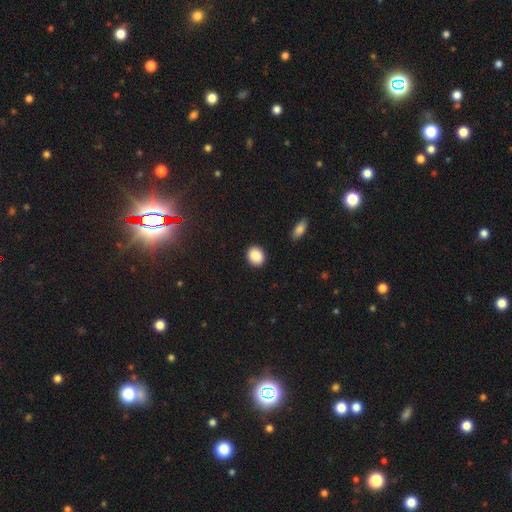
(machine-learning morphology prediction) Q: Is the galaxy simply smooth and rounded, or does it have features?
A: smooth — 89%.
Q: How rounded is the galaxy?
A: round — 58%.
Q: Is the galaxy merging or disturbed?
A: none — 90%.